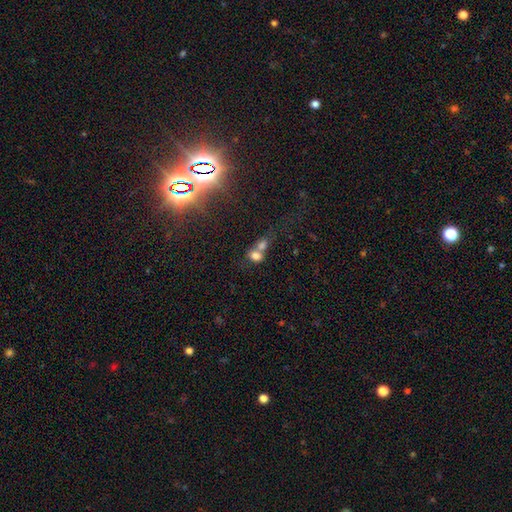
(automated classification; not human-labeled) A smooth galaxy with no disk features (73%) that is round (50%). Merging: merger (69%).